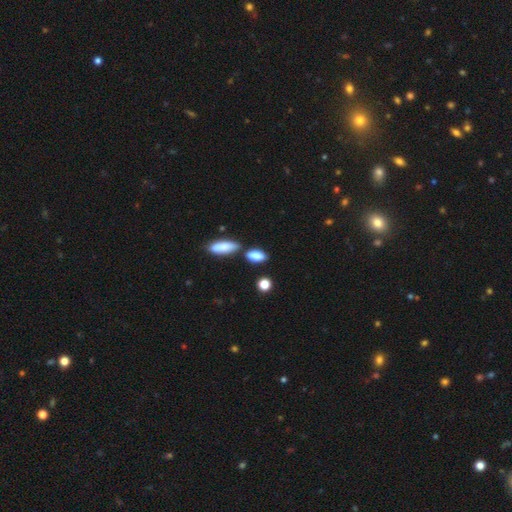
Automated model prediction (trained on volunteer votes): This appears to be a smooth galaxy with no disk features (84%) that is in between round and cigar-shaped (81%). Merging: none (68%).